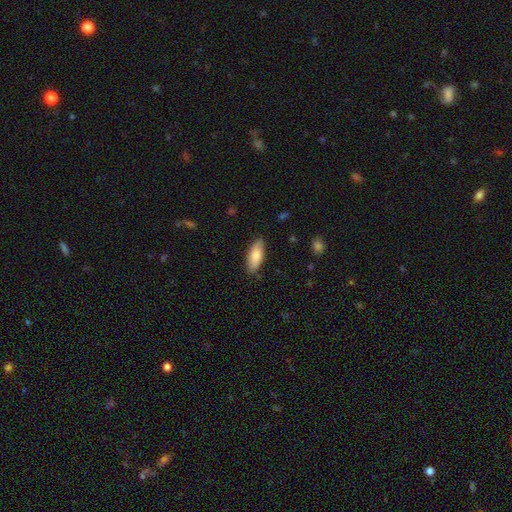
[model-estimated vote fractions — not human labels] This is clearly a smooth galaxy (80%). How rounded: likely in between (78%). Merging: clearly none (84%).